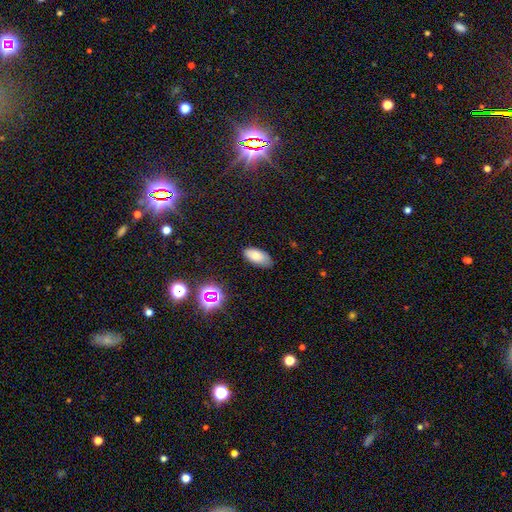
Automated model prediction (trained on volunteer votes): Morphology: type=smooth (77%); roundness=in between (92%); merging=none (79%).